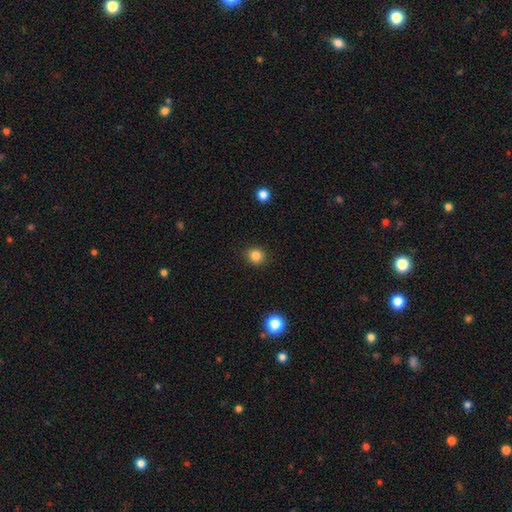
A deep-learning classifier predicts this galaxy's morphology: This is clearly a smooth galaxy (83%). How rounded: clearly round (87%). Merging: clearly none (90%).